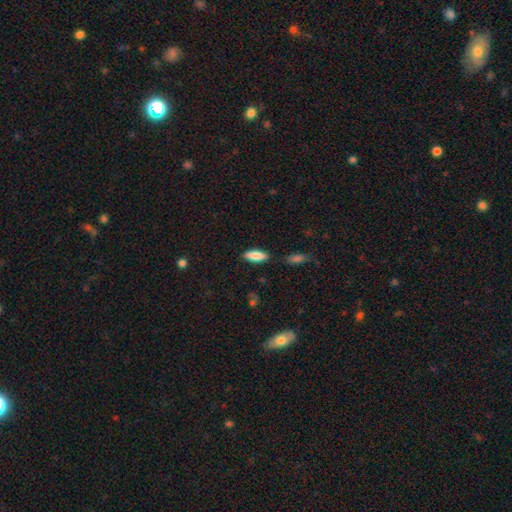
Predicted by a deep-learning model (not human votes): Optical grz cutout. It shows a smooth galaxy with no disk features (83%) that is in between round and cigar-shaped (63%). Merging: none (84%).